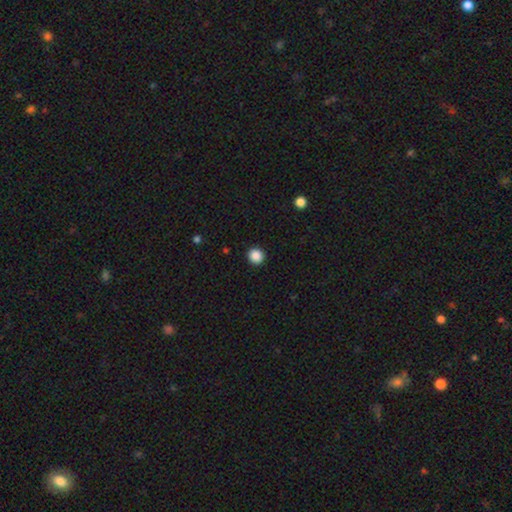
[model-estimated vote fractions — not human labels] smooth 88%, star or artifact 10%, featured or disk 2%. Down the decision tree: how rounded — round (92%); merging — none (93%).